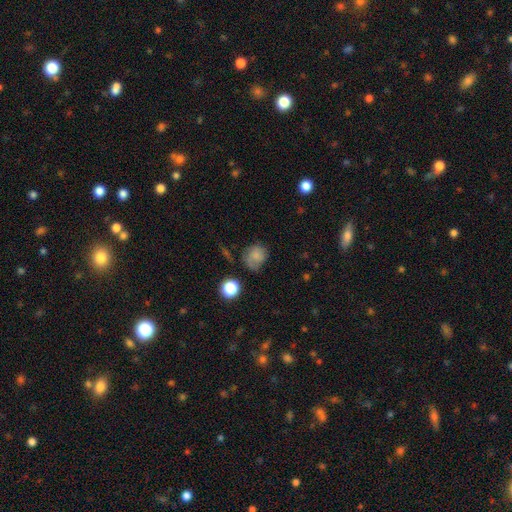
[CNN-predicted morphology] Smooth or featured? smooth (74%)
How rounded? round (71%)
Merging? none (55%)